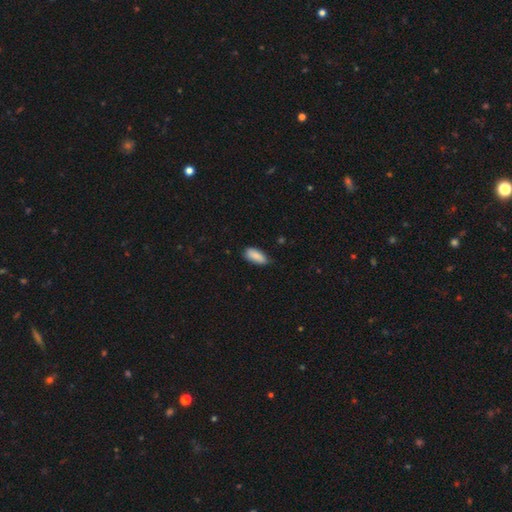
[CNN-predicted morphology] smooth_or_featured: smooth (p=0.87) [alt: featured or disk p=0.07]
how_rounded: in between (p=0.85) [alt: cigar-shaped p=0.13]
merging: none (p=0.66) [alt: minor disturbance p=0.29]